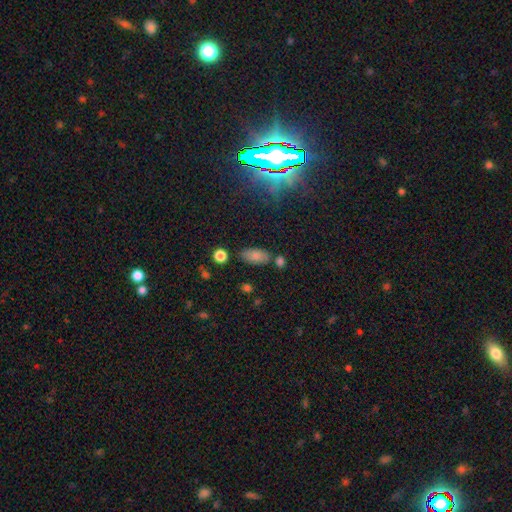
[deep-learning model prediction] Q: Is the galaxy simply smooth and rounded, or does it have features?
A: smooth — 82%.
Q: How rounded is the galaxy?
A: in between — 90%.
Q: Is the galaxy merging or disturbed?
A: none — 73%.